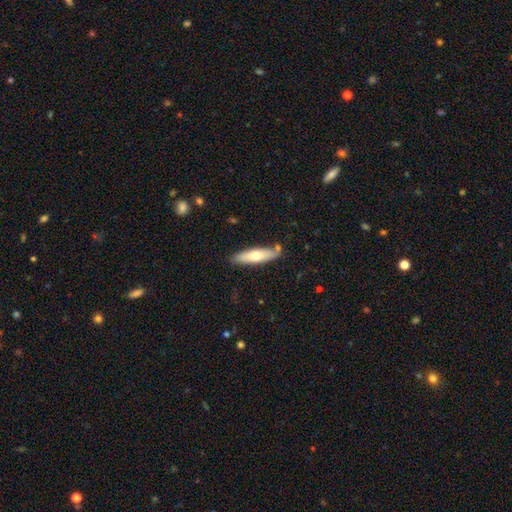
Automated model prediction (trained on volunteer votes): Smooth or featured? smooth (61%)
How rounded? cigar-shaped (66%)
Merging? none (78%)